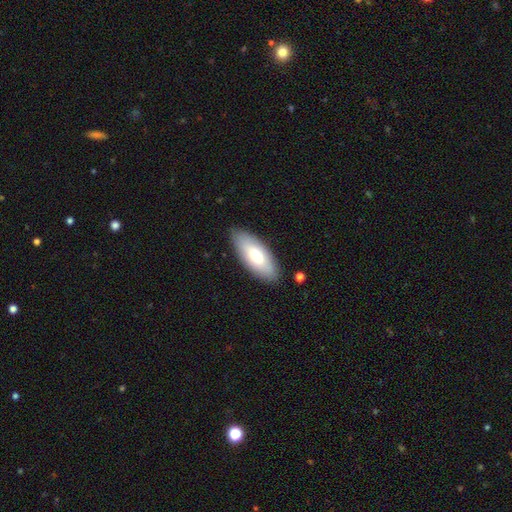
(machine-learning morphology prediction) smooth-or-featured: smooth: 71% | featured or disk: 23% | star or artifact: 6%
  how-rounded: in between: 82% | cigar-shaped: 16% | round: 2%
  merging: none: 86% | minor disturbance: 10% | major disturbance: 2% | merger: 1%